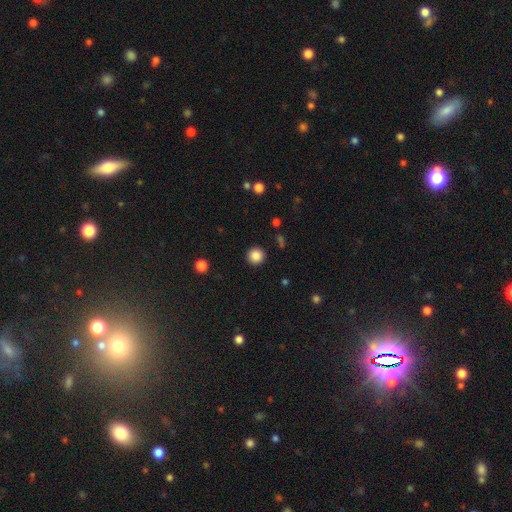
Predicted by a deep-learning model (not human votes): Smooth or featured? Predicted: smooth (p=0.86). How rounded? Predicted: round (p=0.95). Merging? Predicted: none (p=0.92).